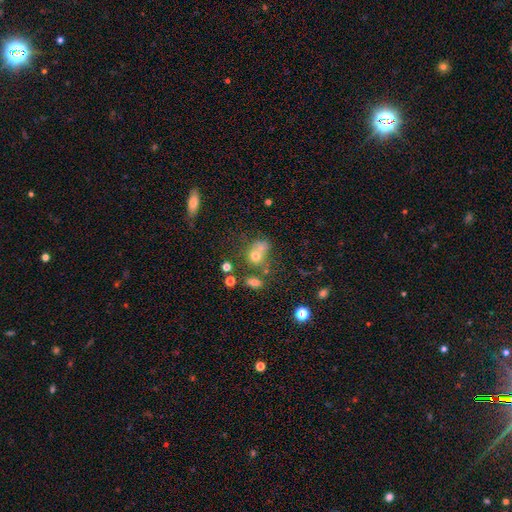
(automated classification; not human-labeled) smooth-or-featured: smooth: 56% | star or artifact: 23% | featured or disk: 21%
  how-rounded: round: 56% | in between: 41% | cigar-shaped: 3%
  merging: merger: 37% (tied) | none: 37% (tied) | minor disturbance: 14% | major disturbance: 12%